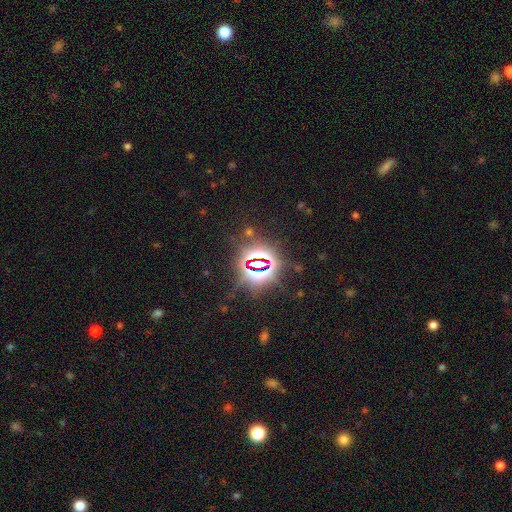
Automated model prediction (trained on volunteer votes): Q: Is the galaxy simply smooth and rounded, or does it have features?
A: star or artifact — 83%.